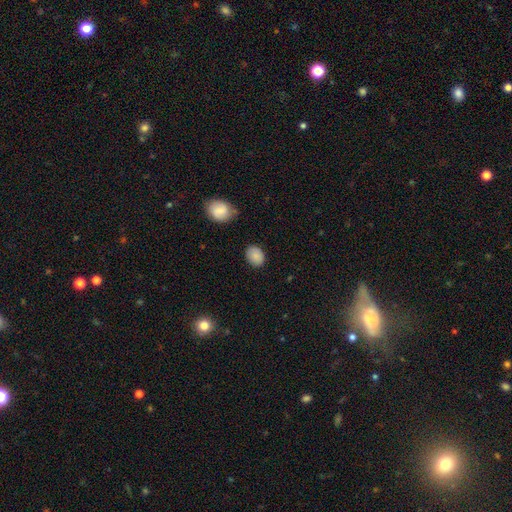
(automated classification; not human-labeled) Smooth or featured? smooth (87%)
How rounded? in between (63%)
Merging? none (82%)